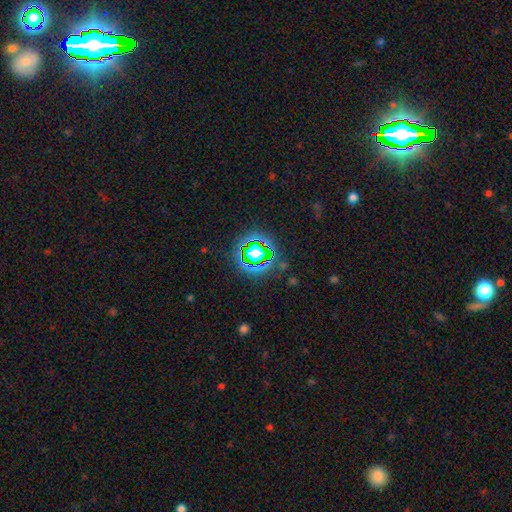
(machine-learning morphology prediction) Smooth or featured? Predicted: star or artifact (p=0.77).